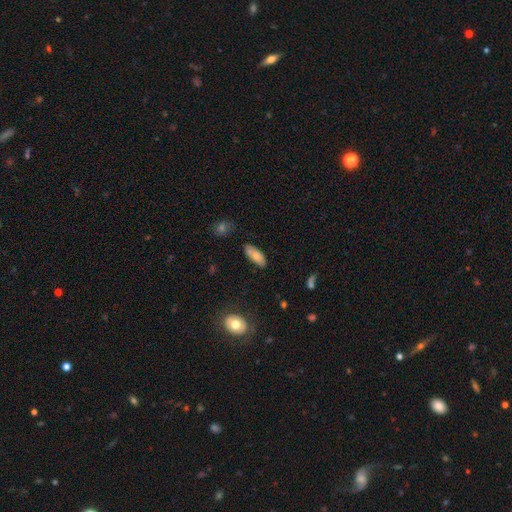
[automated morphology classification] Q: Smooth or featured?
A: smooth (74%); runner-up: featured or disk (18%)
Q: How rounded?
A: in between (80%); runner-up: cigar-shaped (18%)
Q: Merging?
A: none (69%); runner-up: minor disturbance (19%)